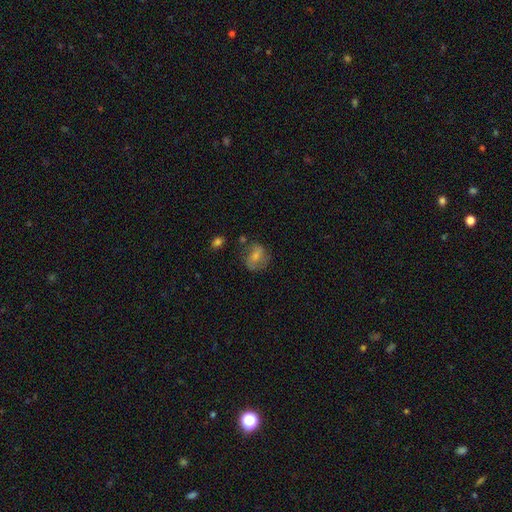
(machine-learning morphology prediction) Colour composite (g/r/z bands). It shows a smooth galaxy with no disk features (44%). Merging: none (67%).